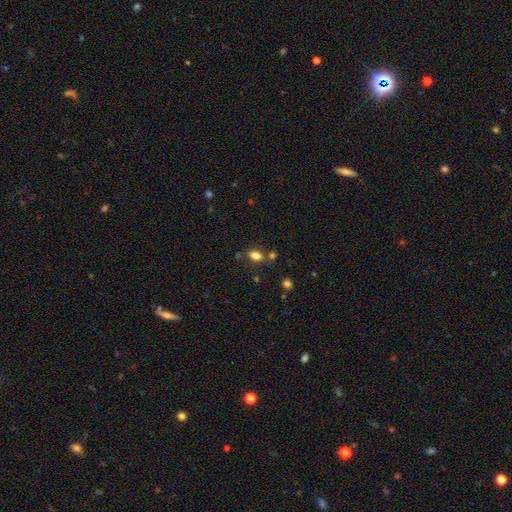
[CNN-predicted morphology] Overall: smooth (79%). How rounded: in between (85%). Merging: none (71%).